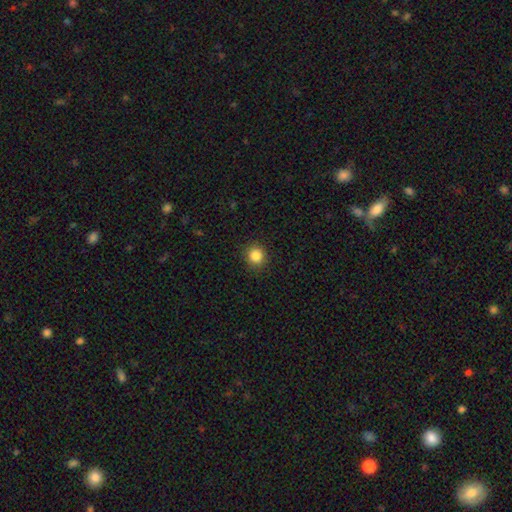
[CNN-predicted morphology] type=smooth (85%); roundness=round (90%); merging=none (91%).